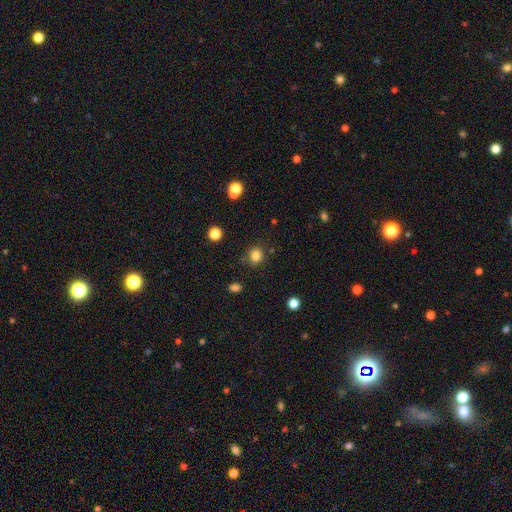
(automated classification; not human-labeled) Q: Smooth or featured?
A: smooth (83%); runner-up: star or artifact (12%)
Q: How rounded?
A: round (82%); runner-up: in between (17%)
Q: Merging?
A: none (84%); runner-up: minor disturbance (10%)